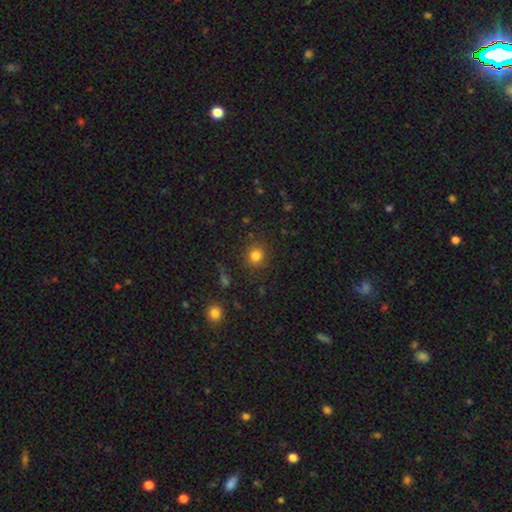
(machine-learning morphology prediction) A smooth galaxy with no disk features (81%) that is round (89%). Merging: none (86%).